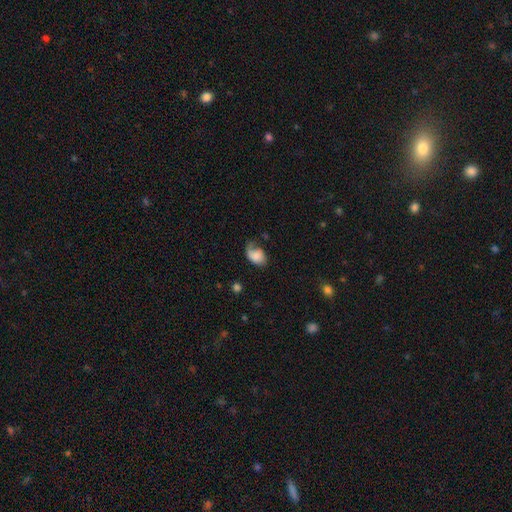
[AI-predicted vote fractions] This appears to be a smooth galaxy with no disk features (64%) that is in between round and cigar-shaped (78%). Merging: none (34%).